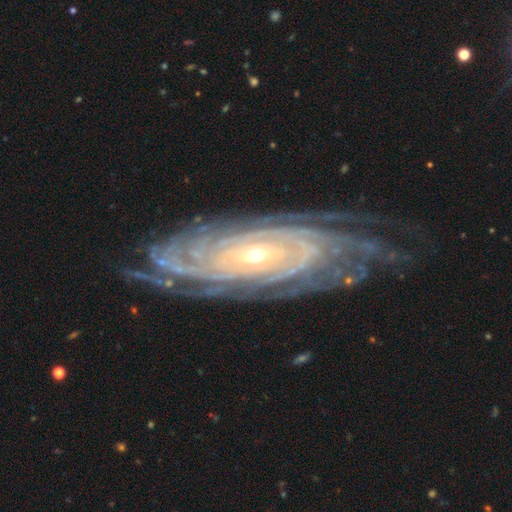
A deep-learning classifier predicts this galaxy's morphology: A featured or disk galaxy (91%) with no bar (64%), more than 4 (33%) tight (86%) spiral arms (98%) and a small central bulge (68%).

Vote fractions:
- Smooth or featured? featured or disk: 91% / star or artifact: 5% / smooth: 4%
- Edge-on disk? no: 93% / yes: 7%
- Bar? no: 64% / weak: 22% / strong: 14%
- Spiral arms? yes: 98% / no: 2%
- Spiral winding? tight: 86% / medium: 11% / loose: 2%
- Spiral arm count? more than 4: 33% / can't tell: 24% / 4: 17% / 3: 10% / 2: 9% / 1: 7%
- Bulge size? small: 68% / moderate: 29% / large: 2% / none: 1% / dominant: 1%
- Merging? none: 78% / minor disturbance: 15% / major disturbance: 6% / merger: 1%